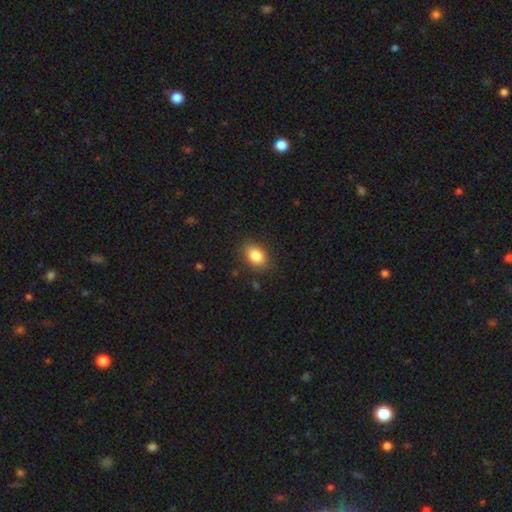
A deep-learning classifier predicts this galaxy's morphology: Smooth or featured?
  - smooth: 85% *
  - star or artifact: 9%
  - featured or disk: 7%
How rounded?
  - in between: 78% *
  - round: 20%
  - cigar-shaped: 1%
Merging?
  - none: 84% *
  - minor disturbance: 12%
  - major disturbance: 3%
  - merger: 1%